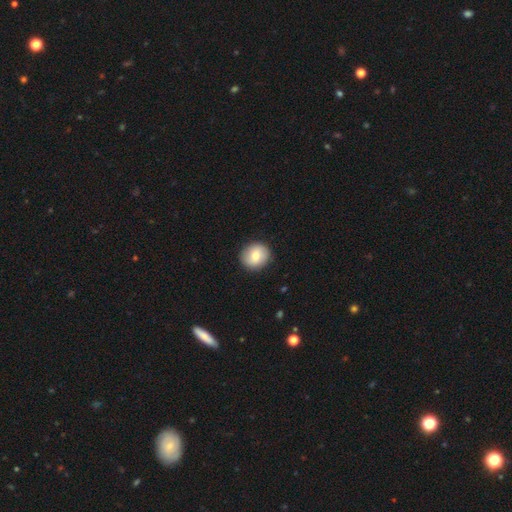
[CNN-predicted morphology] This appears to be a smooth galaxy with no disk features (72%) that is round (85%). Merging: none (90%).